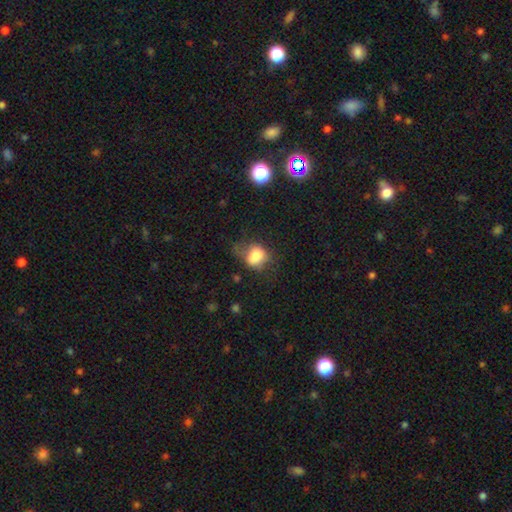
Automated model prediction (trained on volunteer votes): Smooth or featured? smooth (77%)
How rounded? in between (51%)
Merging? none (41%)